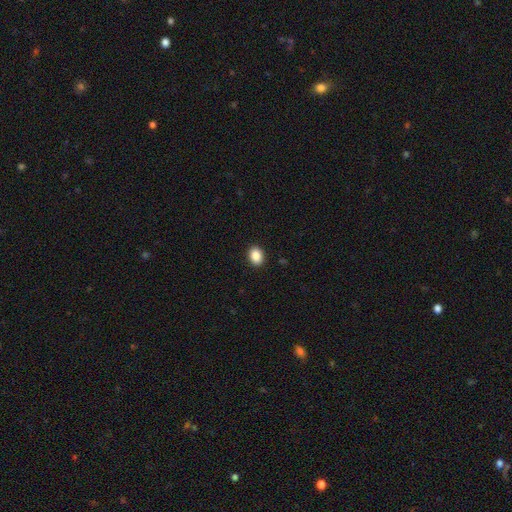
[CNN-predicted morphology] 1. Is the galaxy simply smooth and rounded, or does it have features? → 88% smooth, 8% star or artifact, 3% featured or disk.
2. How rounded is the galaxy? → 61% in between, 38% round, 1% cigar-shaped.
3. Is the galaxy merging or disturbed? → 91% none, 6% minor disturbance, 2% major disturbance, 1% merger.